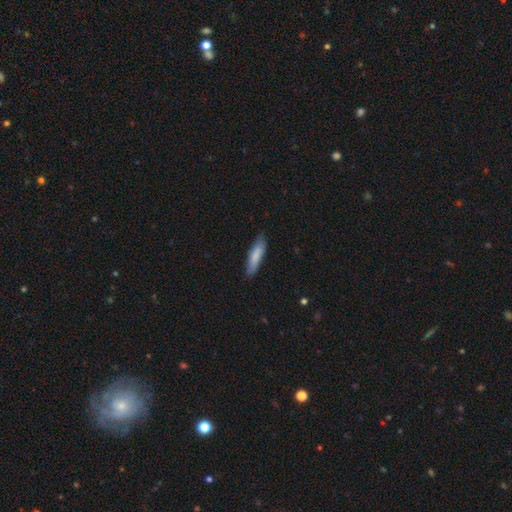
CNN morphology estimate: A smooth galaxy with no disk features (81%) that is cigar-shaped (71%). Merging: none (82%).